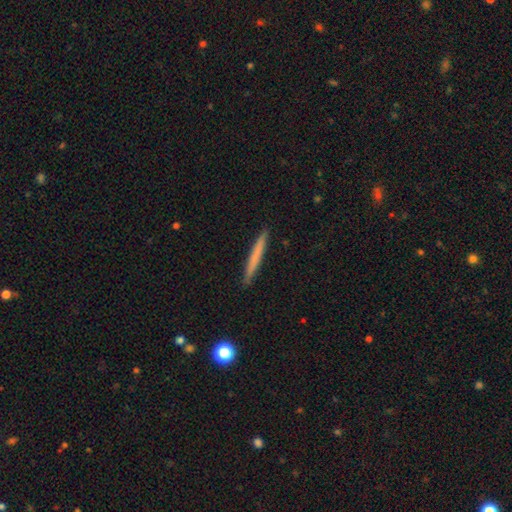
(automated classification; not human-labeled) Q: Smooth or featured?
A: smooth (68%); runner-up: featured or disk (26%)
Q: How rounded?
A: cigar-shaped (97%); runner-up: in between (2%)
Q: Merging?
A: none (92%); runner-up: minor disturbance (6%)